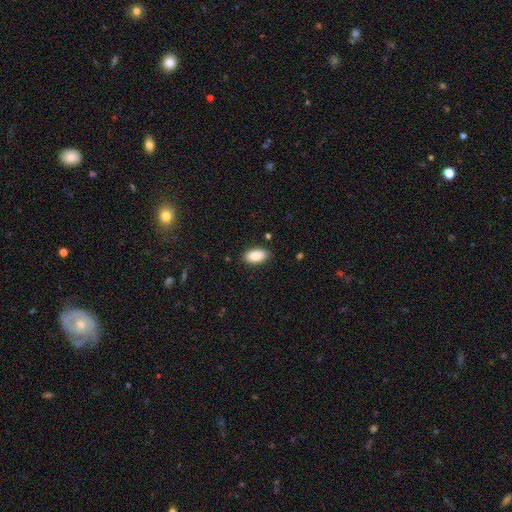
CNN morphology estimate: Smooth or featured? Predicted: smooth (p=0.87). How rounded? Predicted: in between (p=0.93). Merging? Predicted: none (p=0.87).